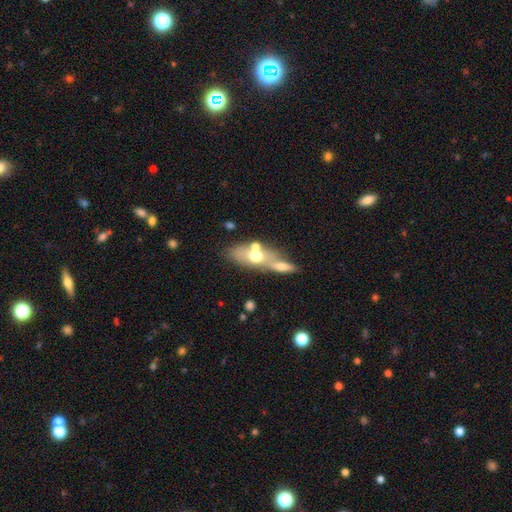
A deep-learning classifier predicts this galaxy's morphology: Smooth or featured?
  - smooth: 54% *
  - featured or disk: 37%
  - star or artifact: 9%
How rounded?
  - in between: 69% *
  - cigar-shaped: 20%
  - round: 11%
Merging?
  - merger: 42% *
  - none: 39%
  - minor disturbance: 12%
  - major disturbance: 7%